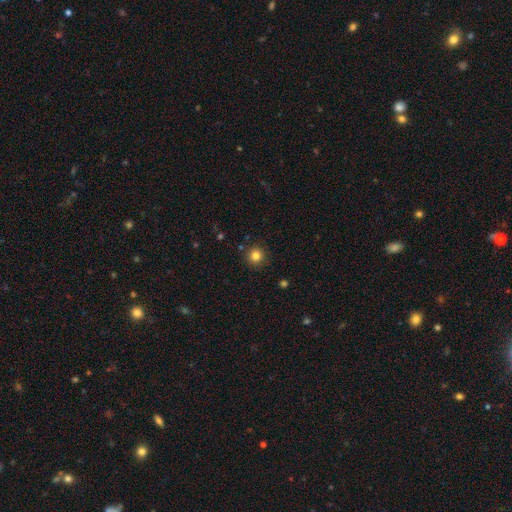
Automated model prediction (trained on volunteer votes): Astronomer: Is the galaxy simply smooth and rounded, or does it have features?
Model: smooth — 82%.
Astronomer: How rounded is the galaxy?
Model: round — 94%.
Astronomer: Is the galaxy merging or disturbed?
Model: none — 90%.